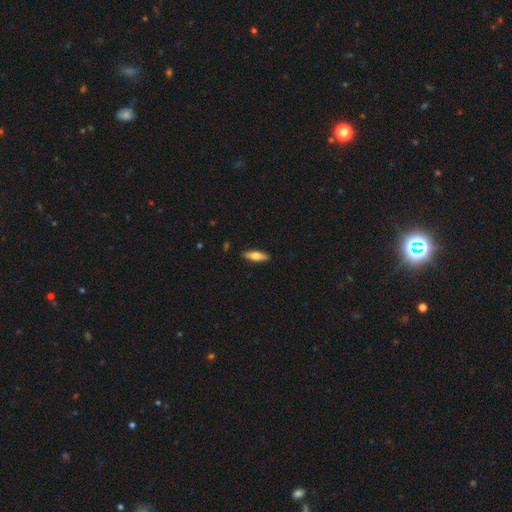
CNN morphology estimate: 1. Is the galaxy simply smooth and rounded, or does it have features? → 63% smooth, 32% featured or disk, 6% star or artifact.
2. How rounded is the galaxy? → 50% cigar-shaped, 48% in between, 2% round.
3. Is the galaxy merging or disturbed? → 89% none, 8% minor disturbance, 2% major disturbance, 1% merger.